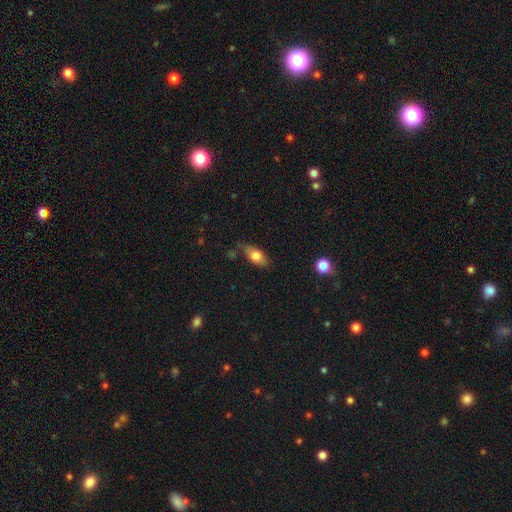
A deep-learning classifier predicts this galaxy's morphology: Q: Smooth or featured?
A: smooth (75%); runner-up: featured or disk (17%)
Q: How rounded?
A: in between (85%); runner-up: cigar-shaped (8%)
Q: Merging?
A: none (67%); runner-up: minor disturbance (23%)